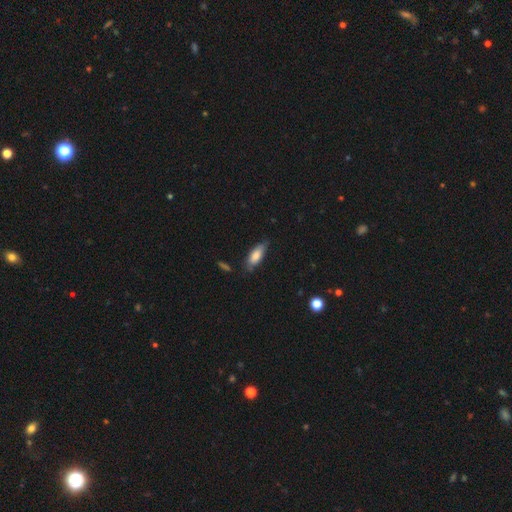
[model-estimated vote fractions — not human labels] smooth 78%, featured or disk 15%, star or artifact 6%. Down the decision tree: how rounded — in between (71%); merging — none (69%).